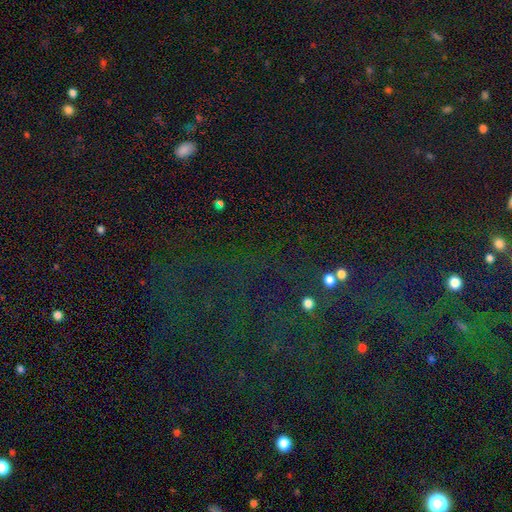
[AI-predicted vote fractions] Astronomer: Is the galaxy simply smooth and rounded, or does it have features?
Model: star or artifact — 76%.